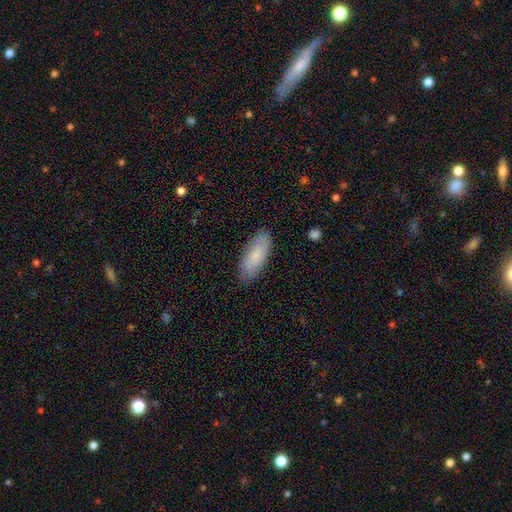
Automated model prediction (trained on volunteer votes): Smooth or featured?
  - smooth: 82% *
  - featured or disk: 13%
  - star or artifact: 6%
How rounded?
  - in between: 80% *
  - cigar-shaped: 19%
  - round: 2%
Merging?
  - none: 84% *
  - minor disturbance: 12%
  - major disturbance: 2%
  - merger: 1%